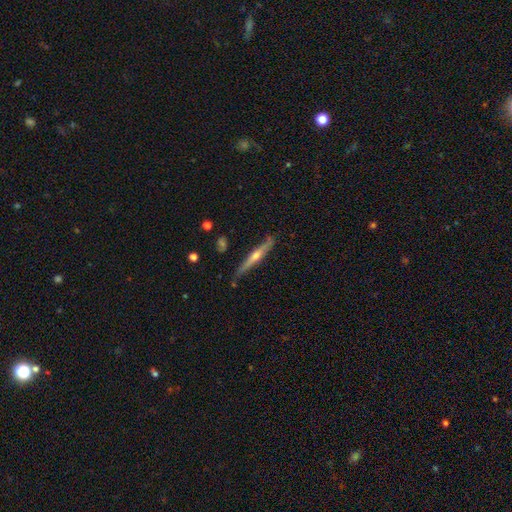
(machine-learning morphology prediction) This is likely a featured or disk galaxy (69%). It is clearly viewed edge-on (96%). Edge-on bulge: clearly rounded (86%). Merging: clearly none (83%).